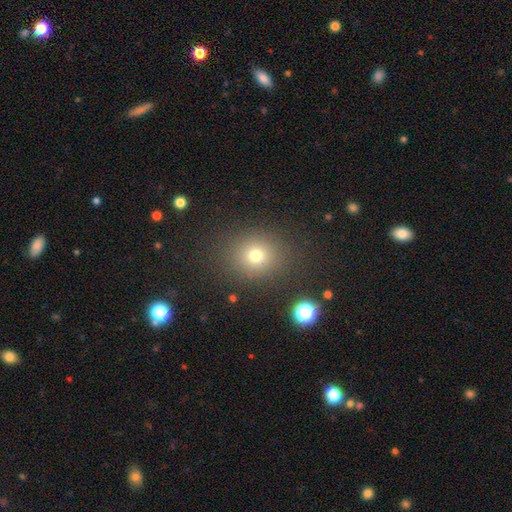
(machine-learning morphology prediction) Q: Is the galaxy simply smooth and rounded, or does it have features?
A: smooth — 72%.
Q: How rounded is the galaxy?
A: round — 73%.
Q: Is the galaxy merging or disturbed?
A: none — 84%.